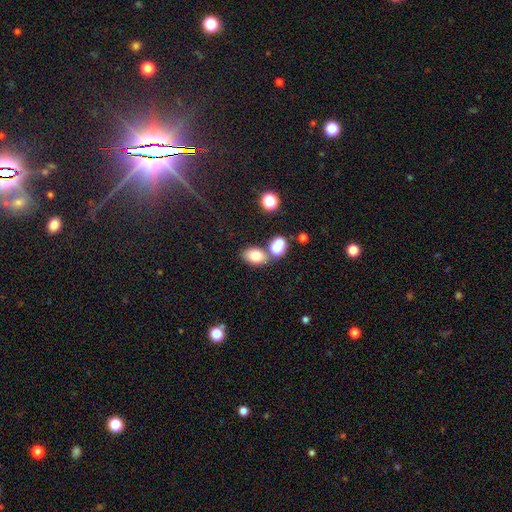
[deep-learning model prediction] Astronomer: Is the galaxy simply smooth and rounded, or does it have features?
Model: smooth — 78%.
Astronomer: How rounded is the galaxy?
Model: in between — 81%.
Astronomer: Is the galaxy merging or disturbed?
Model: none — 62%.